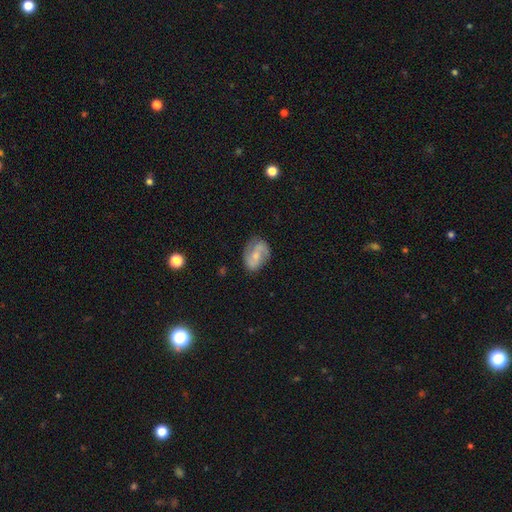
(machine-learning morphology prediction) A featured or disk galaxy (68%) with no bar (43%), 2 (87%) medium (42%) spiral arms (90%) and a small central bulge (54%).

Vote fractions:
- Smooth or featured? featured or disk: 68% / smooth: 25% / star or artifact: 7%
- Edge-on disk? no: 97% / yes: 3%
- Bar? no: 43% / weak: 39% / strong: 18%
- Spiral arms? yes: 90% / no: 10%
- Spiral winding? medium: 42% / loose: 38% / tight: 20%
- Spiral arm count? 2: 87% / can't tell: 7% / 1: 3% / 3: 2% / 4: 1% / more than 4: 1%
- Bulge size? small: 54% / moderate: 37% / none: 6% / large: 2% / dominant: 1%
- Merging? none: 74% / minor disturbance: 19% / major disturbance: 6% / merger: 2%